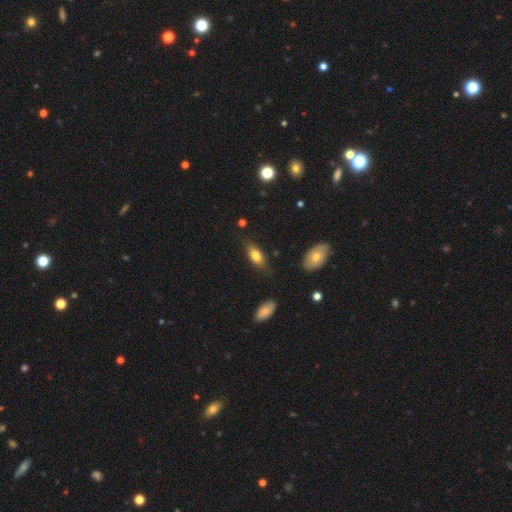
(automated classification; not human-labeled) Smooth or featured: smooth — 76% (featured or disk — 17%)
How rounded: in between — 81% (cigar-shaped — 15%)
Merging: none — 73% (minor disturbance — 20%)